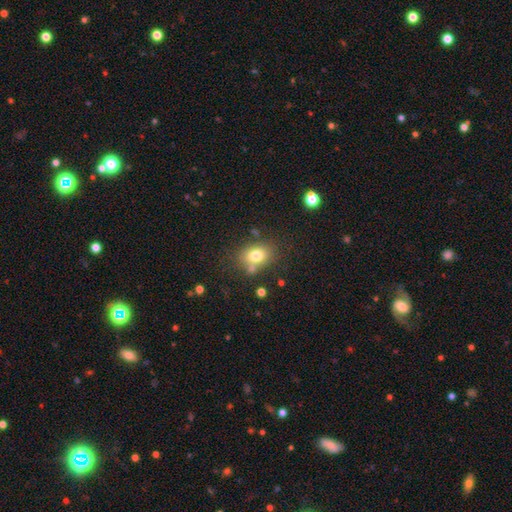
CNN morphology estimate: smooth_or_featured: smooth (p=0.76) [alt: featured or disk p=0.13]
how_rounded: in between (p=0.62) [alt: round p=0.37]
merging: none (p=0.69) [alt: minor disturbance p=0.15]